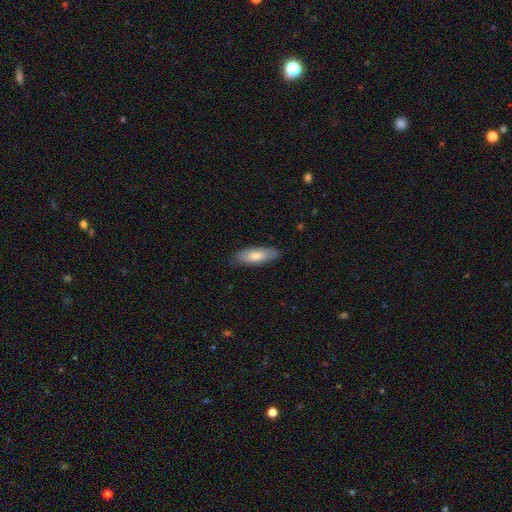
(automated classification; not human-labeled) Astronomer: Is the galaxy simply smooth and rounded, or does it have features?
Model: smooth — 76%.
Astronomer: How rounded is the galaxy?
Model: in between — 62% (runner-up: cigar-shaped, 37%).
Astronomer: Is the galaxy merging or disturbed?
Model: none — 83%.